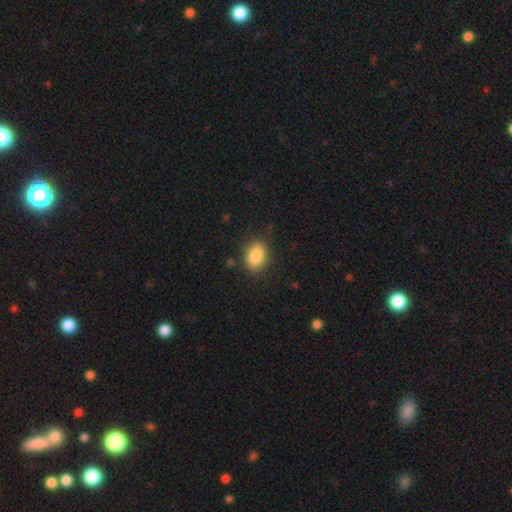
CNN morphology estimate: Smooth or featured? smooth (87%)
How rounded? in between (82%)
Merging? none (81%)